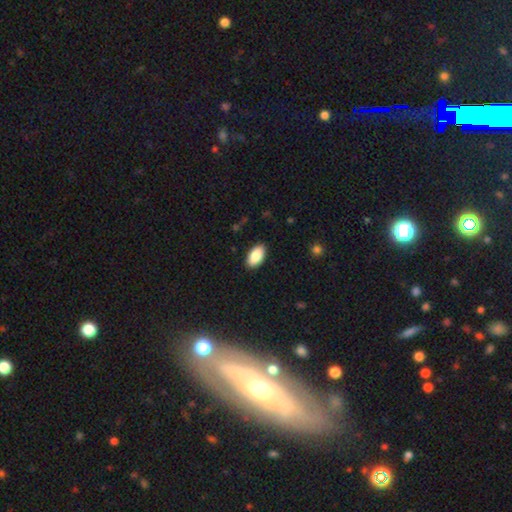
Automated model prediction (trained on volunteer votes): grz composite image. It shows a smooth galaxy with no disk features (88%) that is in between round and cigar-shaped (95%). Merging: none (89%).